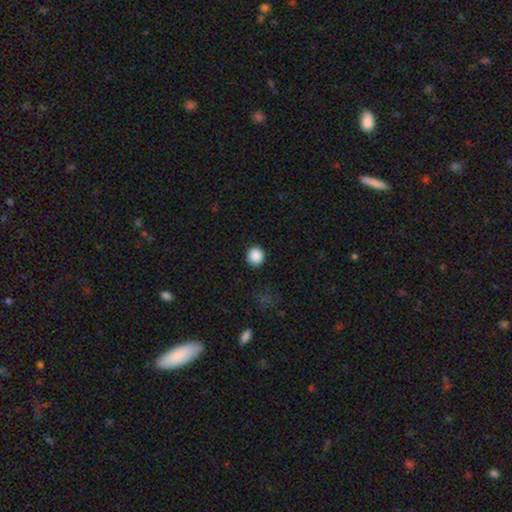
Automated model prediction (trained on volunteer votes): smooth 88%, star or artifact 9%, featured or disk 2%. Down the decision tree: how rounded — round (92%); merging — none (92%).